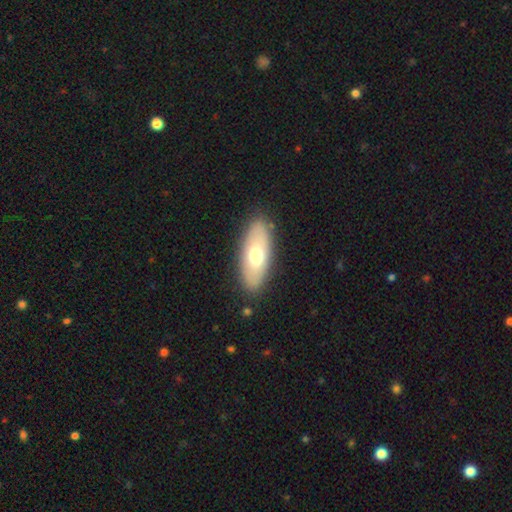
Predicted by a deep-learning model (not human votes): Smooth or featured: smooth — 61% (featured or disk — 33%)
How rounded: in between — 82% (cigar-shaped — 15%)
Merging: none — 85% (minor disturbance — 10%)